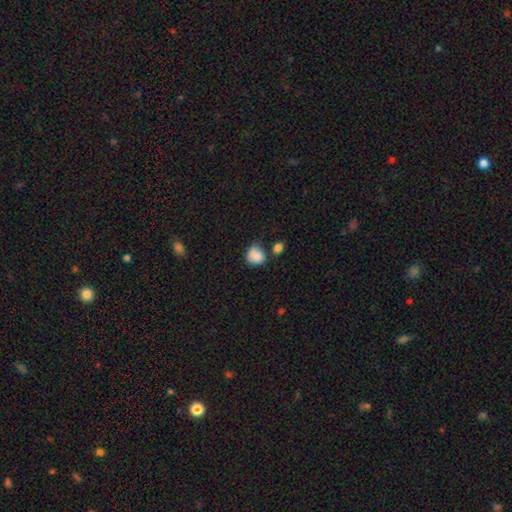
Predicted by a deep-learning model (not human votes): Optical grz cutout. It shows a smooth galaxy with no disk features (83%) that is round (69%). Merging: none (46%).